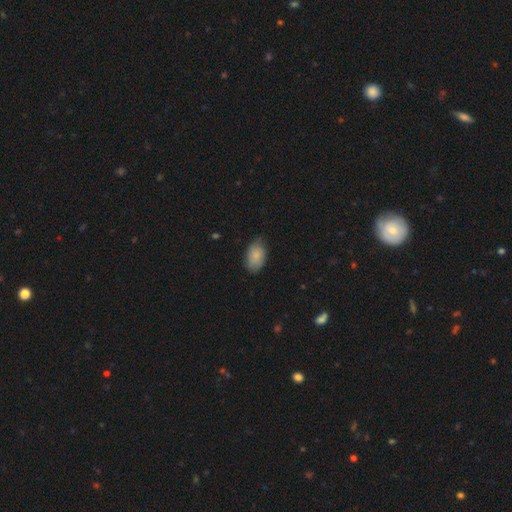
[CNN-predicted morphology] smooth_or_featured: smooth (p=0.83) [alt: featured or disk p=0.10]
how_rounded: in between (p=0.90) [alt: round p=0.08]
merging: none (p=0.68) [alt: minor disturbance p=0.26]